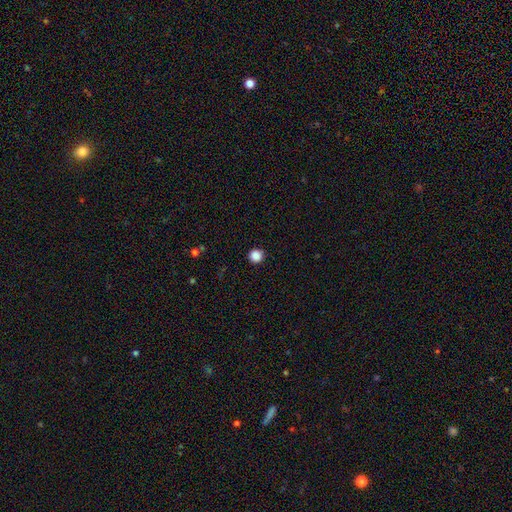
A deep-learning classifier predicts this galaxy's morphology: Smooth or featured? Predicted: smooth (p=0.87). How rounded? Predicted: round (p=0.95). Merging? Predicted: none (p=0.91).